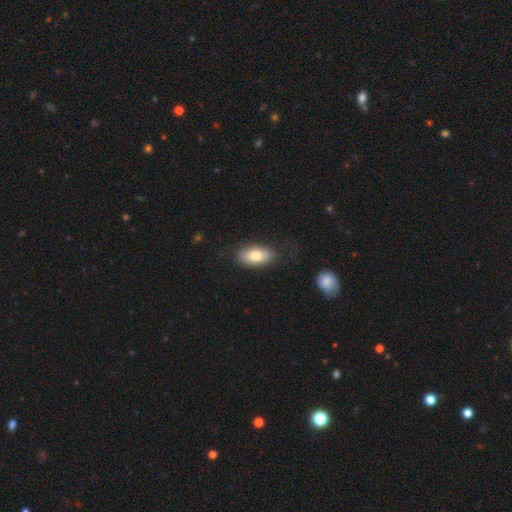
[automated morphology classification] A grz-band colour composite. It shows a smooth galaxy with no disk features (76%) that is in between round and cigar-shaped (91%). Merging: none (79%).